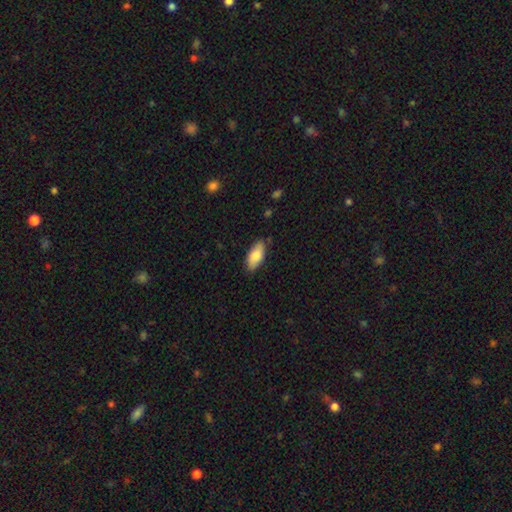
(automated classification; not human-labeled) This is clearly a smooth galaxy (83%). How rounded: clearly in between (87%). Merging: clearly none (82%).